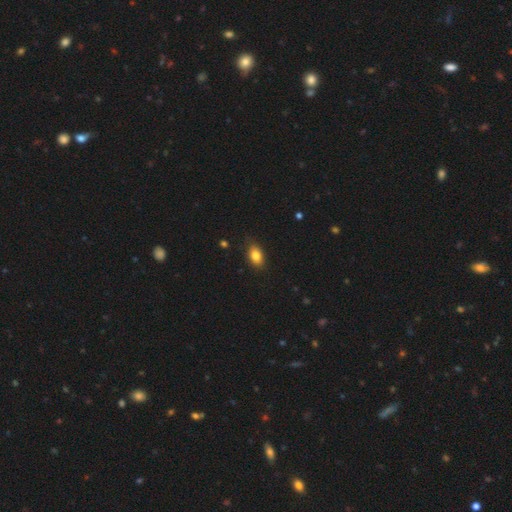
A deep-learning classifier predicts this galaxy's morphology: The model was most divided on "merging": none: 83%, minor disturbance: 13%, major disturbance: 2%, merger: 1%. More confident: how rounded — in between (86%); smooth or featured — smooth (83%).